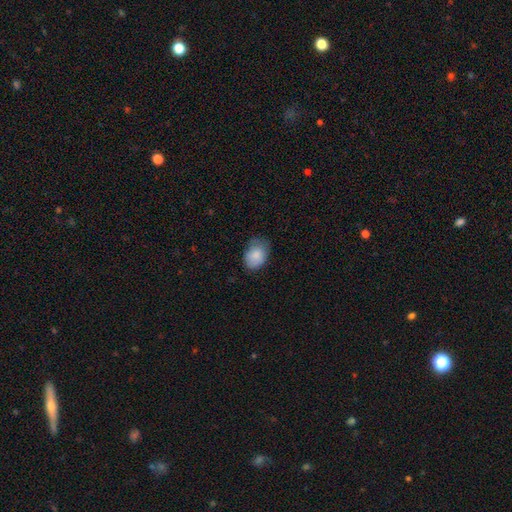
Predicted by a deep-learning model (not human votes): Q: Smooth or featured?
A: smooth (84%); runner-up: featured or disk (8%)
Q: How rounded?
A: in between (78%); runner-up: round (21%)
Q: Merging?
A: none (60%); runner-up: minor disturbance (31%)